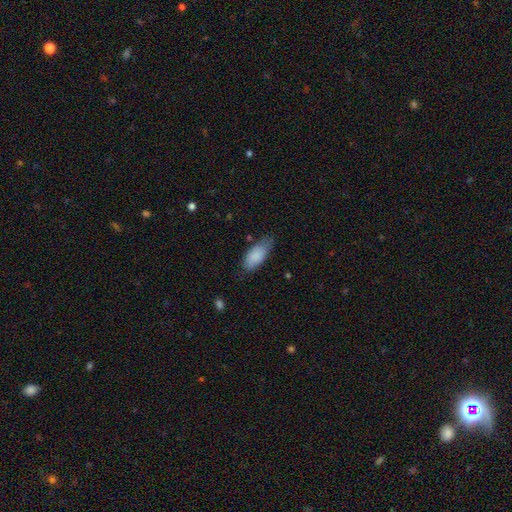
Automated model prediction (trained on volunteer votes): A smooth galaxy with no disk features (86%) that is in between round and cigar-shaped (86%).

Vote fractions:
- Smooth or featured? smooth: 86% / featured or disk: 8% / star or artifact: 6%
- How rounded? in between: 86% / cigar-shaped: 12% / round: 2%
- Merging? none: 60% / minor disturbance: 31% / major disturbance: 7% / merger: 2%